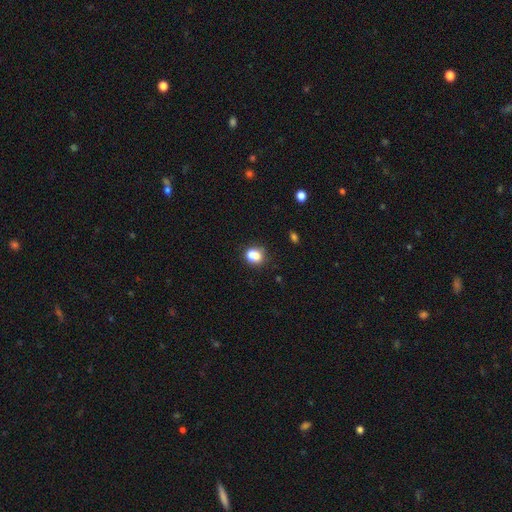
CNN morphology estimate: This is likely a smooth galaxy (73%). How rounded: likely round (65%). Merging: marginally none (44%).